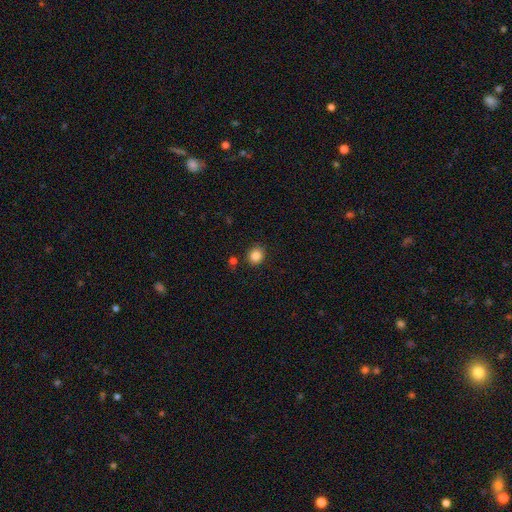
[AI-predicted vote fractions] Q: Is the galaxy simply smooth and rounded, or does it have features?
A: smooth — 86%.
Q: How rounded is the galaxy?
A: round — 77%.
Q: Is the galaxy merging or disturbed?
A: none — 85%.